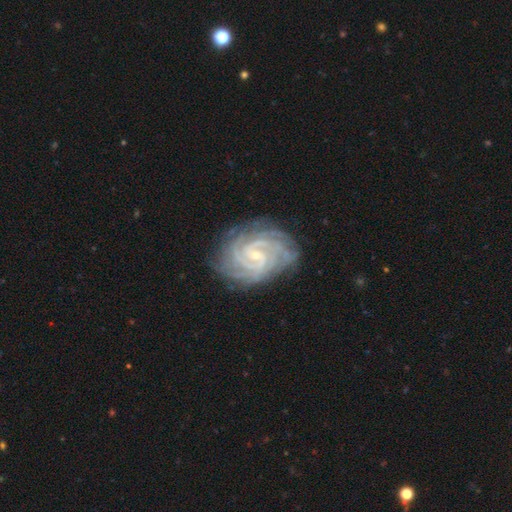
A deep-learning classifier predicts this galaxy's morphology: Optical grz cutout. It shows a featured or disk galaxy (92%) with a weak bar (46%), 4 (28%) tight (81%) spiral arms (99%) and a small central bulge (80%). Merging: none (81%).